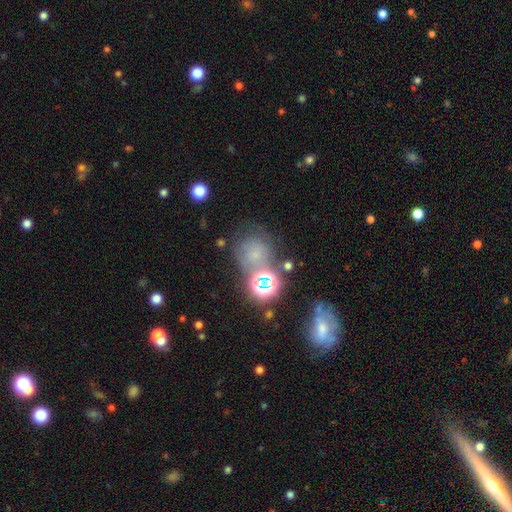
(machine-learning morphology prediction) smooth-or-featured: smooth: 42% (tied) | star or artifact: 42% (tied) | featured or disk: 16%
  merging: none: 58% | minor disturbance: 17% | merger: 15% | major disturbance: 10%